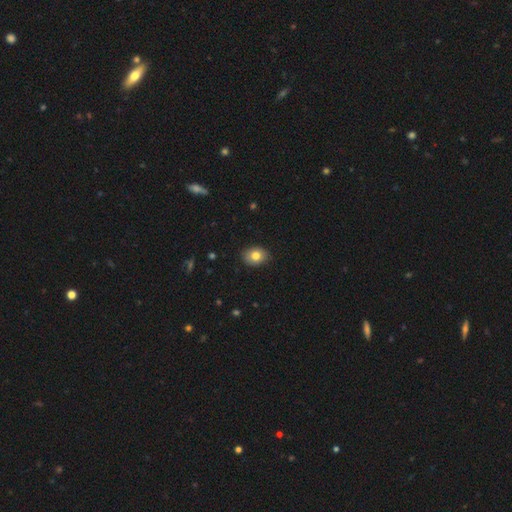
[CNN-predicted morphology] Q: Smooth or featured?
A: smooth (80%); runner-up: featured or disk (11%)
Q: How rounded?
A: in between (66%); runner-up: round (33%)
Q: Merging?
A: none (87%); runner-up: minor disturbance (10%)